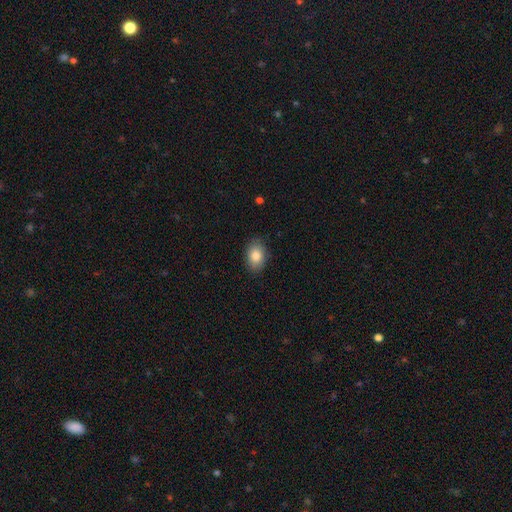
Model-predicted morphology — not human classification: smooth 84%, featured or disk 9%, star or artifact 8%. Down the decision tree: how rounded — in between (82%); merging — none (87%).